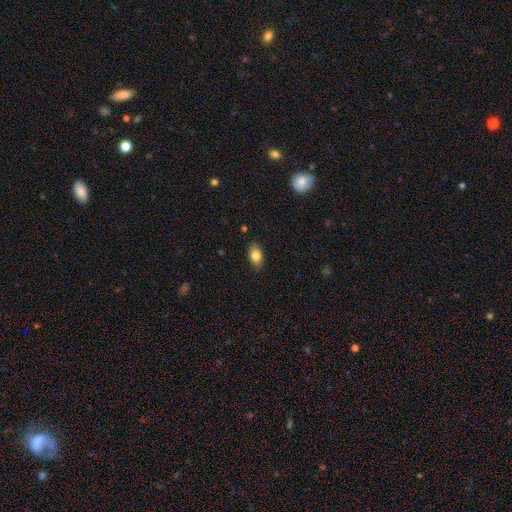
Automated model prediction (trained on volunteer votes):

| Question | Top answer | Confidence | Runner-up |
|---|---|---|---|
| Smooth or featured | smooth | 81% | featured or disk (11%) |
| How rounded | in between | 87% | round (9%) |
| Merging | none | 85% | minor disturbance (12%) |